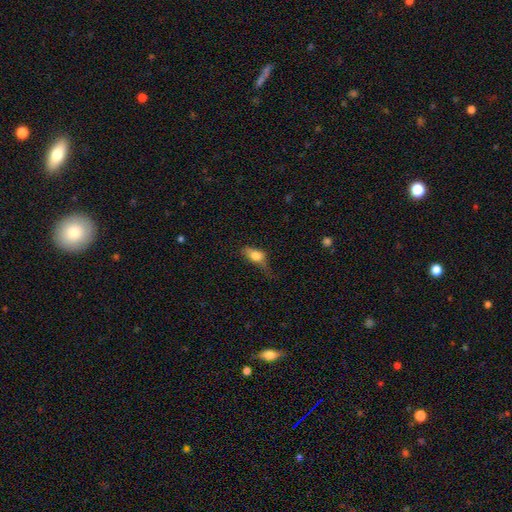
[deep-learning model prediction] Morphology: type=smooth (72%); roundness=in between (76%); merging=minor disturbance (36%).